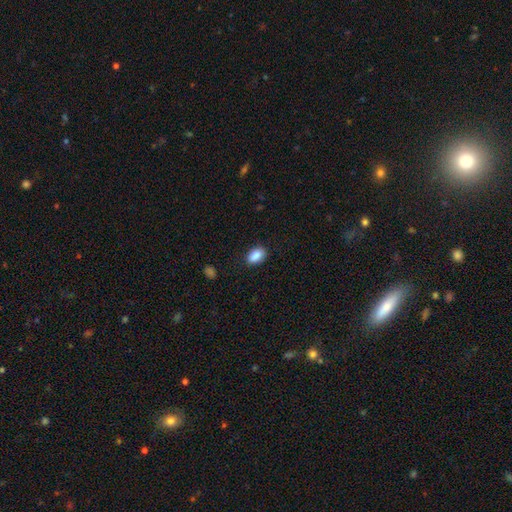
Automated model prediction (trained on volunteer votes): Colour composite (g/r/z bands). It shows a smooth galaxy with no disk features (89%) that is in between round and cigar-shaped (89%). Merging: none (84%).